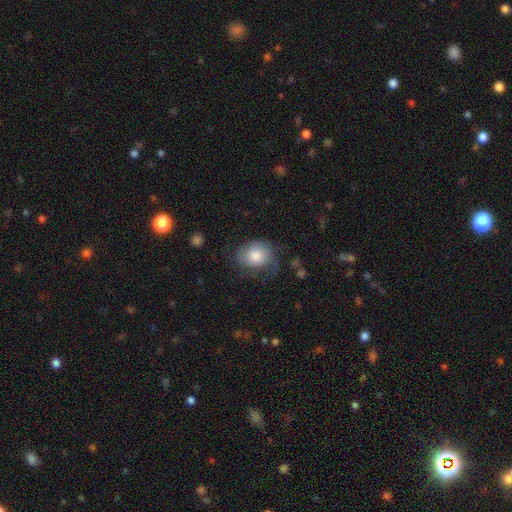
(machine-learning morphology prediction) Smooth or featured: smooth — 60% (featured or disk — 32%)
How rounded: round — 52% (in between — 47%)
Merging: none — 54% (minor disturbance — 27%)